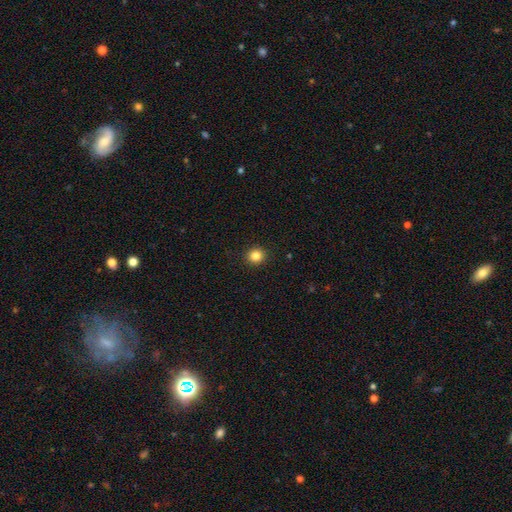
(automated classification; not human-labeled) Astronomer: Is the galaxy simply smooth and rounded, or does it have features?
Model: smooth — 84%.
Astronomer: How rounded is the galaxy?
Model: round — 89%.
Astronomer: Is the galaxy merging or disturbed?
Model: none — 93%.